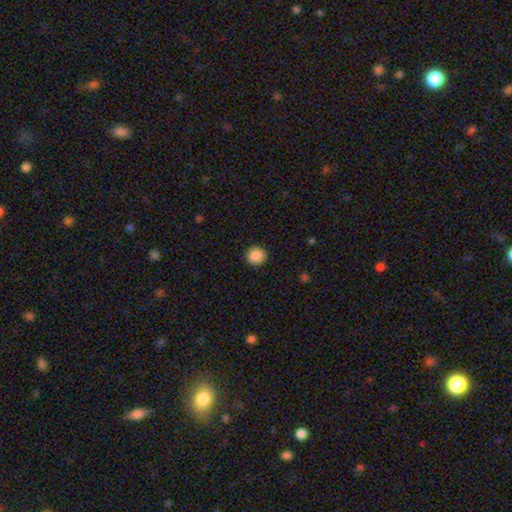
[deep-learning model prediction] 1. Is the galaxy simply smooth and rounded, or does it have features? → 88% smooth, 9% star or artifact, 3% featured or disk.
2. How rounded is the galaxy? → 92% round, 7% in between, 1% cigar-shaped.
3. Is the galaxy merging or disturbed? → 91% none, 6% minor disturbance, 2% major disturbance, 1% merger.